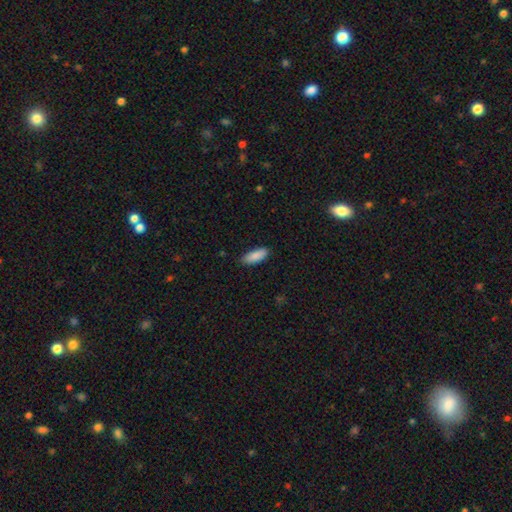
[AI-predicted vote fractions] smooth-or-featured: smooth: 89% | star or artifact: 6% | featured or disk: 5%
  how-rounded: in between: 73% | cigar-shaped: 25% | round: 2%
  merging: none: 88% | minor disturbance: 9% | major disturbance: 2% | merger: 1%